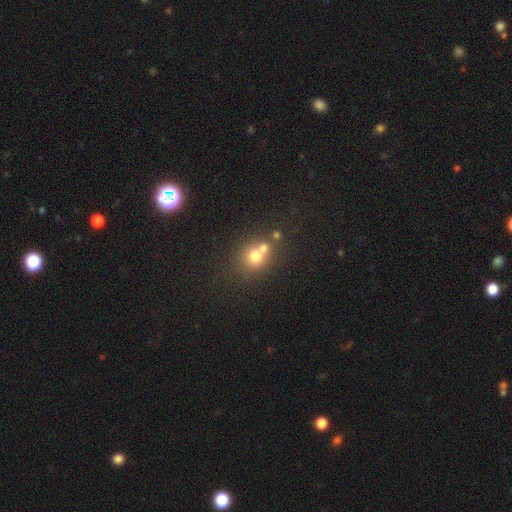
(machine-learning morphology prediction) Q: Smooth or featured?
A: smooth (69%); runner-up: featured or disk (16%)
Q: How rounded?
A: round (79%); runner-up: in between (20%)
Q: Merging?
A: merger (50%); runner-up: none (40%)